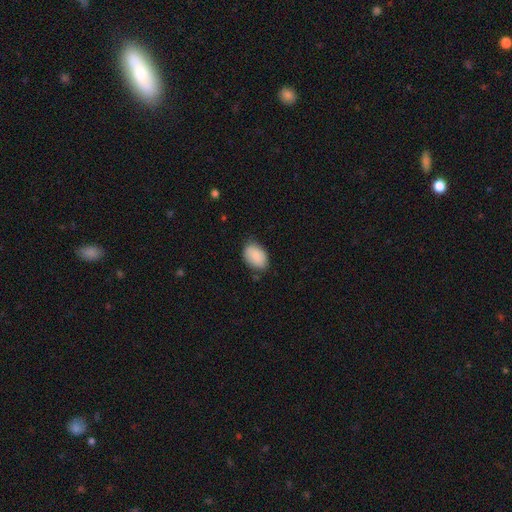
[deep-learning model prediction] A smooth galaxy with no disk features (89%) that is in between round and cigar-shaped (87%).

Vote fractions:
- Smooth or featured? smooth: 89% / star or artifact: 6% / featured or disk: 5%
- How rounded? in between: 87% / round: 12% / cigar-shaped: 1%
- Merging? none: 77% / minor disturbance: 18% / major disturbance: 3% / merger: 1%